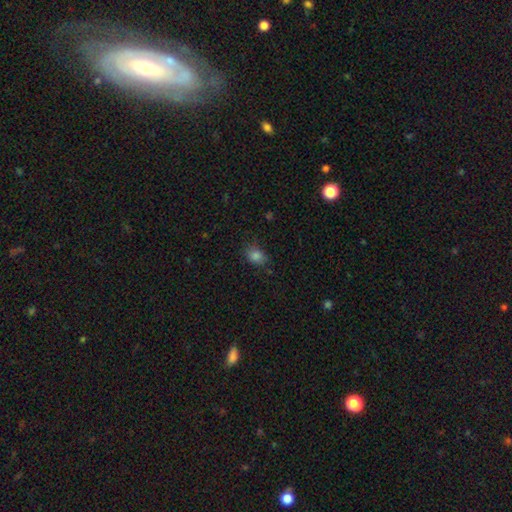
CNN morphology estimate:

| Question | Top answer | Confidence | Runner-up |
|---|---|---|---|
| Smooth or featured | smooth | 83% | star or artifact (12%) |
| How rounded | in between | 66% | round (33%) |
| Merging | none | 75% | minor disturbance (19%) |